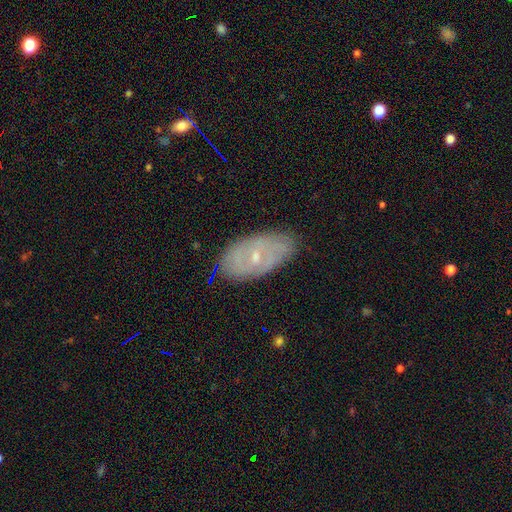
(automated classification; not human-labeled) This appears to be a featured or disk galaxy (61%) with no bar (46%), spiral arms (66%) and a small central bulge (68%). Merging: none (79%).